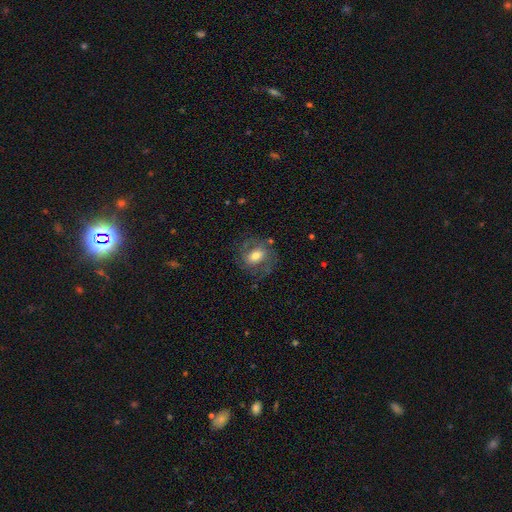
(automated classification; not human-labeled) Smooth or featured? featured or disk (51%)
Edge-on disk? no (95%)
Merging? none (65%)